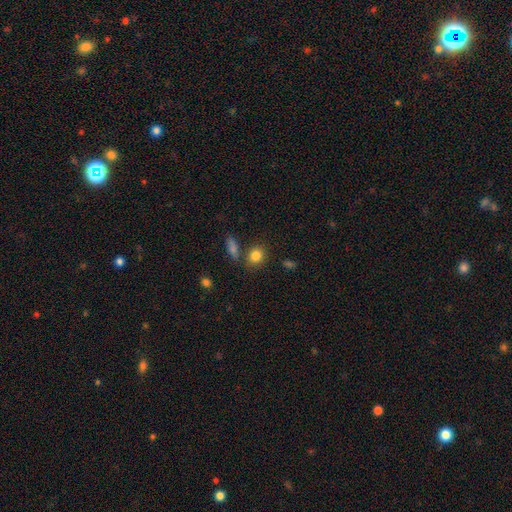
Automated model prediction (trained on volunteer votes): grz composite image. It shows a smooth galaxy with no disk features (84%) that is round (67%). Merging: none (75%).